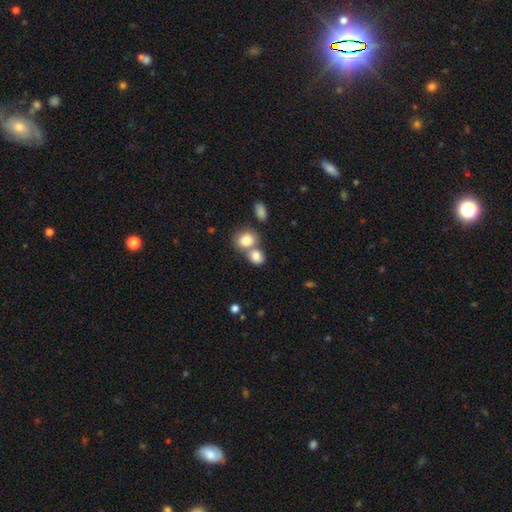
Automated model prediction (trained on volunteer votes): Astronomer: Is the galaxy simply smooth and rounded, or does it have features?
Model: smooth — 82%.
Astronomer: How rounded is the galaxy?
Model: round — 53% (runner-up: in between, 46%).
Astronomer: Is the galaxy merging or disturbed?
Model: merger — 52% (runner-up: none, 36%).